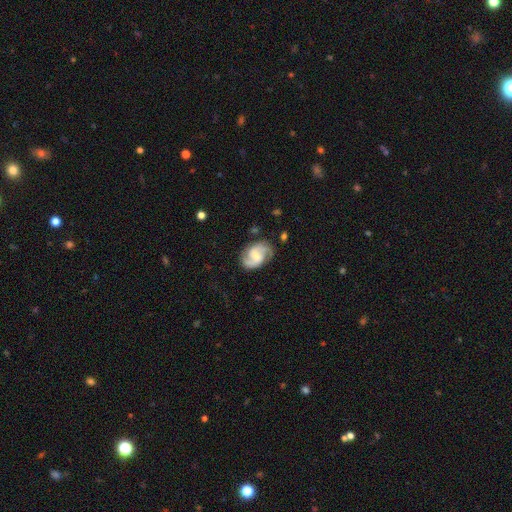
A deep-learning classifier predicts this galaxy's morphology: This appears to be a featured or disk galaxy (83%) with a weak bar (52%), 2 (89%) medium (52%) spiral arms (96%) and a small central bulge (38%). Merging: none (77%).